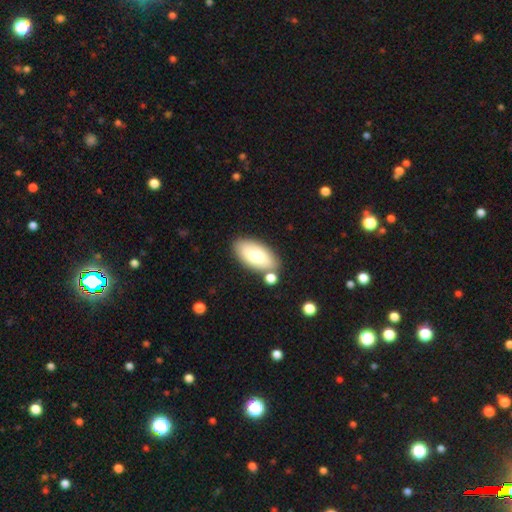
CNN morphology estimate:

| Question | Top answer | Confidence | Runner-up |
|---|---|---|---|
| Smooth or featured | smooth | 75% | featured or disk (19%) |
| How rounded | in between | 93% | cigar-shaped (5%) |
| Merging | none | 74% | minor disturbance (12%) |